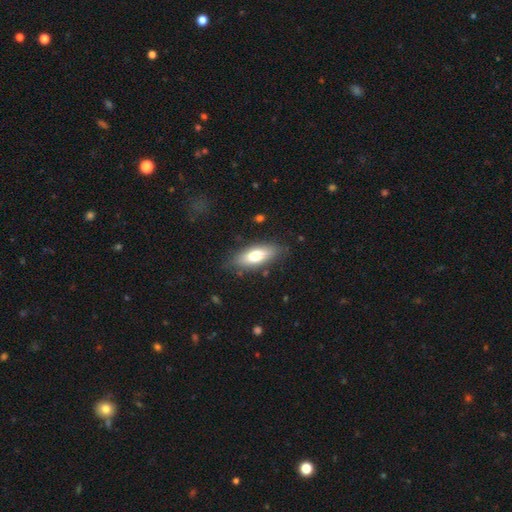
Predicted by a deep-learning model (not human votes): Smooth or featured? smooth (69%)
How rounded? in between (73%)
Merging? none (81%)